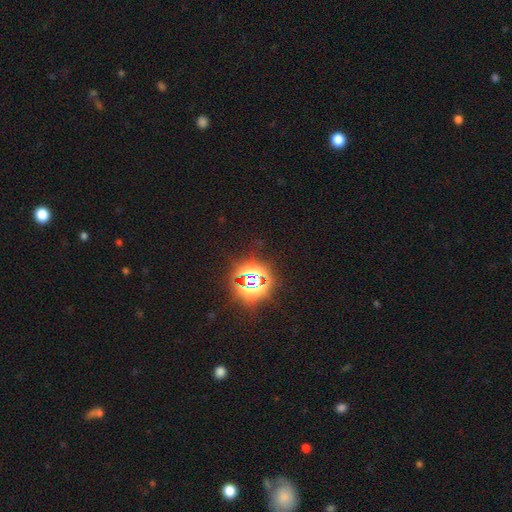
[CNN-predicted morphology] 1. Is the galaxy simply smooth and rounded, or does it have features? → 84% star or artifact, 10% smooth, 6% featured or disk.